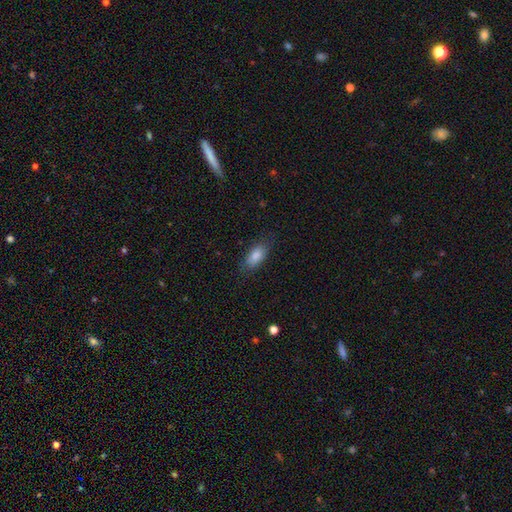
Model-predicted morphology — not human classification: Smooth or featured? smooth (84%)
How rounded? in between (86%)
Merging? none (79%)